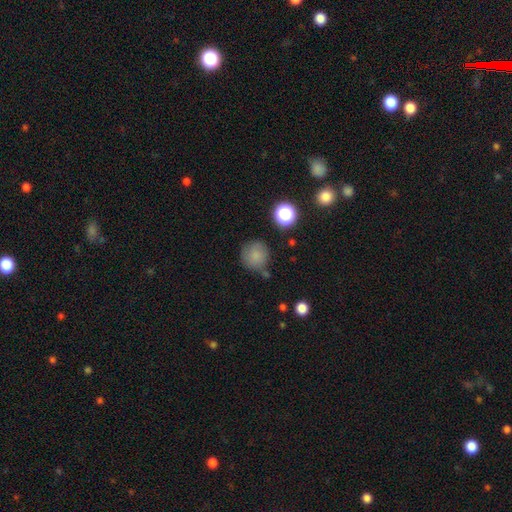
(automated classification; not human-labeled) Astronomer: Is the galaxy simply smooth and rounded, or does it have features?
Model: smooth — 80%.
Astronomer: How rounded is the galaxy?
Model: round — 93%.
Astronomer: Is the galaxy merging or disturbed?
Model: none — 72%.